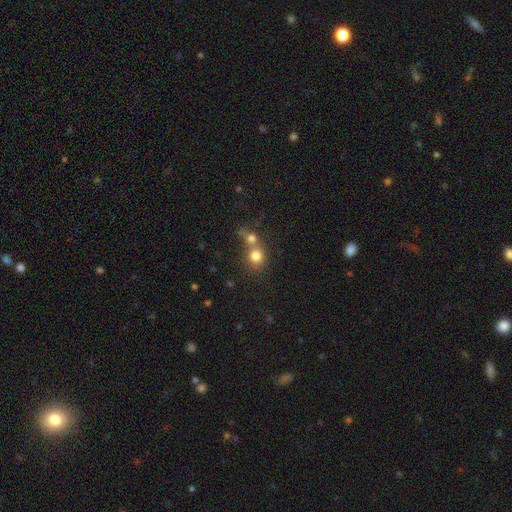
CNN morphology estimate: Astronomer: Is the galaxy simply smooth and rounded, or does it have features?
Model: smooth — 77%.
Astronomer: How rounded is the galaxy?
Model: round — 82%.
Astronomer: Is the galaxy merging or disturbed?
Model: merger — 56% (runner-up: none, 33%).